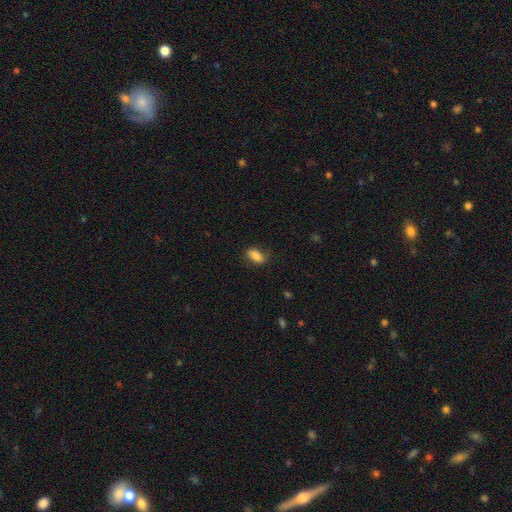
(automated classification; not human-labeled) Overall: smooth (84%). How rounded: in between (83%). Merging: none (76%).